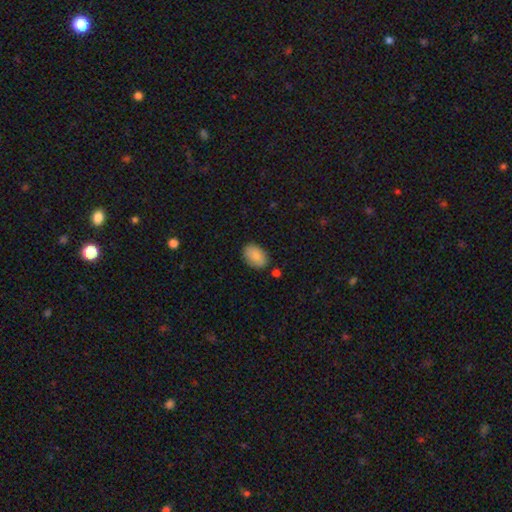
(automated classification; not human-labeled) Morphology: type=smooth (87%); roundness=in between (87%); merging=none (80%).